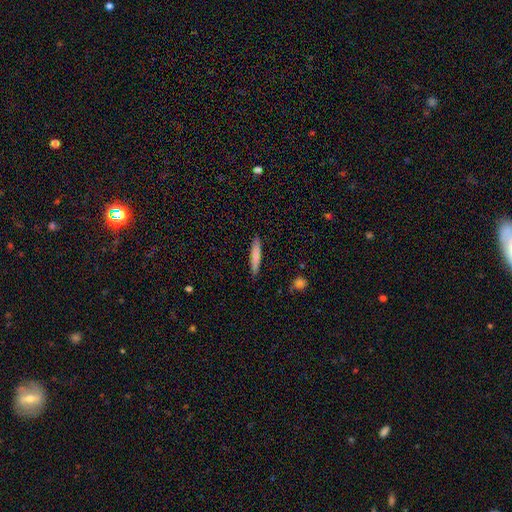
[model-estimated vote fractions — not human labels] Morphology: type=smooth (76%); roundness=cigar-shaped (91%); merging=none (89%).